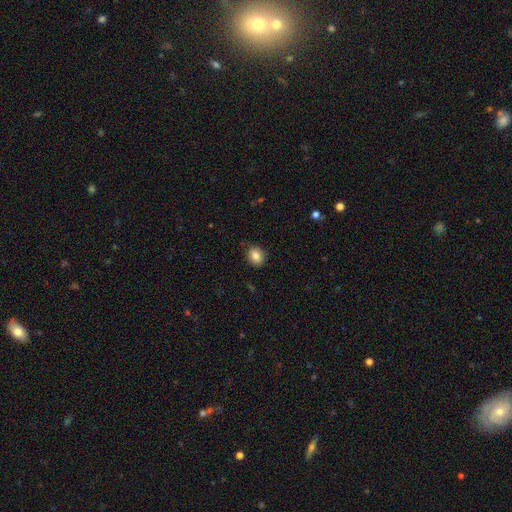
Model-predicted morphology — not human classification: type=smooth (85%); roundness=round (55%); merging=none (87%).